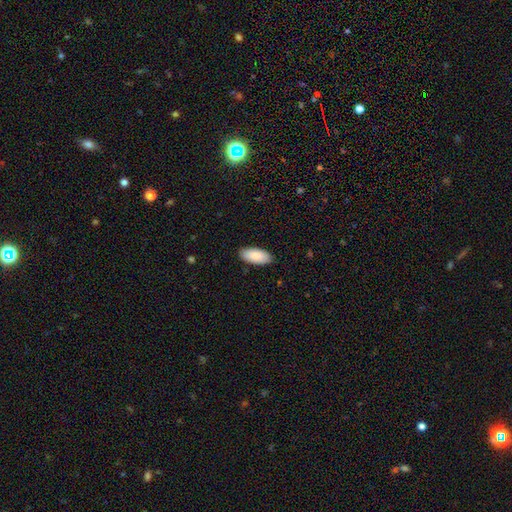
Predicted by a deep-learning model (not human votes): This is clearly a smooth galaxy (88%). How rounded: clearly in between (91%). Merging: clearly none (89%).